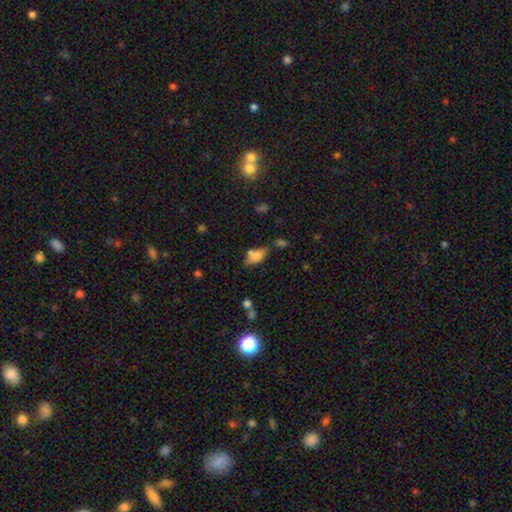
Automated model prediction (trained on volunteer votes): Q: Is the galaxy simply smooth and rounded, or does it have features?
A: smooth — 69%.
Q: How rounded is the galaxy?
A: in between — 82%.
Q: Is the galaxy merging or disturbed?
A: none — 48%.